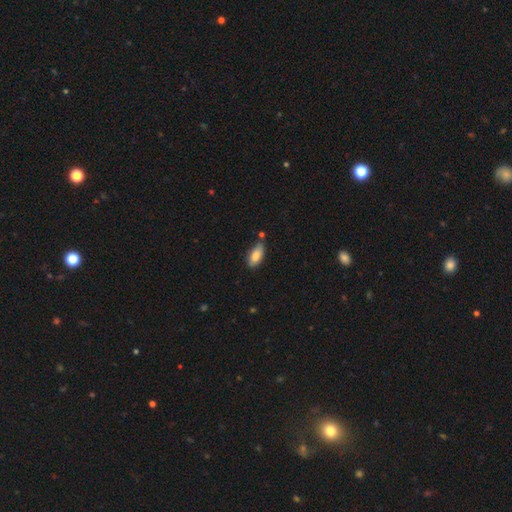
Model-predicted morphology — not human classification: Smooth or featured? smooth (82%)
How rounded? in between (87%)
Merging? none (70%)